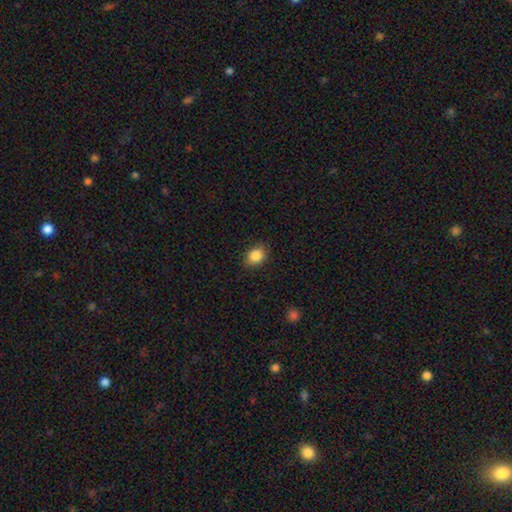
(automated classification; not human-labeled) Smooth or featured? smooth (87%)
How rounded? in between (51%)
Merging? none (85%)